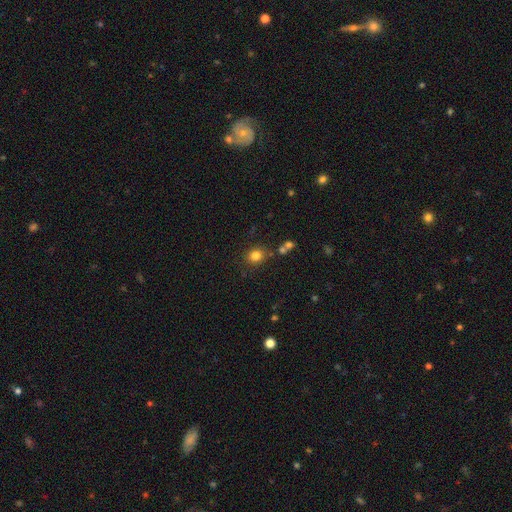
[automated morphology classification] type=smooth (80%); roundness=round (68%); merging=none (79%).